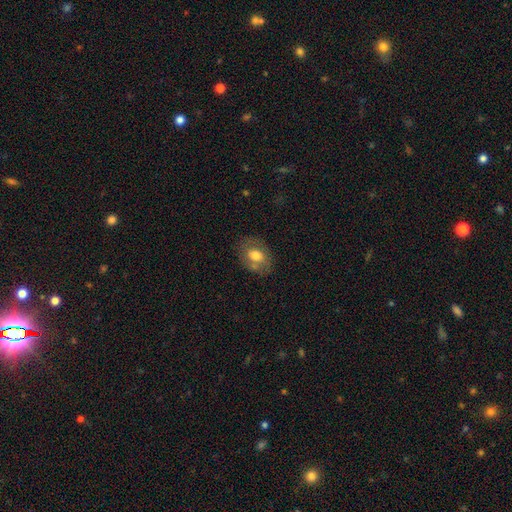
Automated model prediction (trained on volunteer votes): Q: Smooth or featured?
A: smooth (64%); runner-up: featured or disk (28%)
Q: How rounded?
A: in between (70%); runner-up: round (29%)
Q: Merging?
A: none (69%); runner-up: minor disturbance (18%)